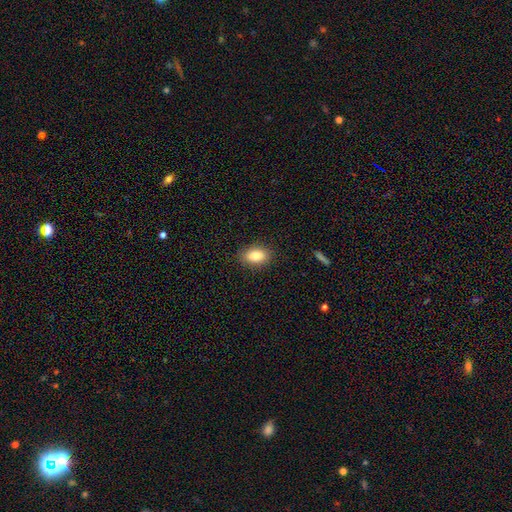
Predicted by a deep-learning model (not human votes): This is clearly a smooth galaxy (83%). How rounded: clearly in between (87%). Merging: clearly none (87%).